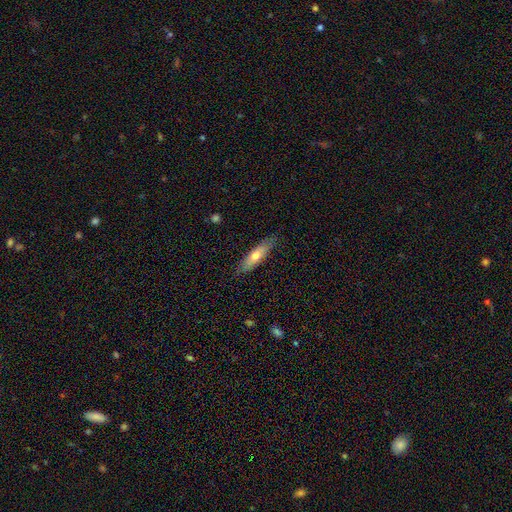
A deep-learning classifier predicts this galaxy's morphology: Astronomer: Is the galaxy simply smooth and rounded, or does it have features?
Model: smooth — 63%.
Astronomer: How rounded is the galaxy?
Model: cigar-shaped — 62%.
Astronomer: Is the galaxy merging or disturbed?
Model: none — 82%.